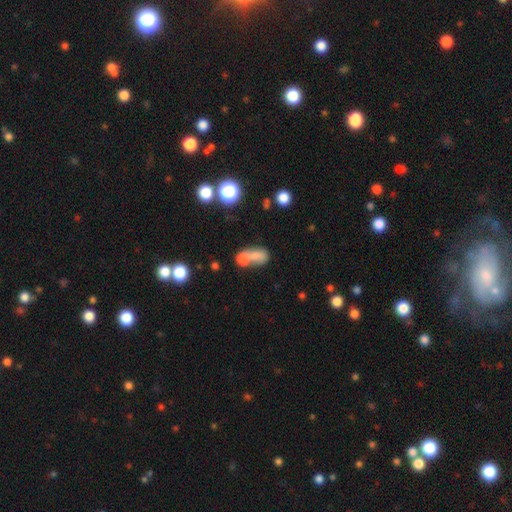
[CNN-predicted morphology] Smooth or featured: smooth — 71% (featured or disk — 16%)
How rounded: in between — 70% (round — 25%)
Merging: merger — 57% (none — 24%)